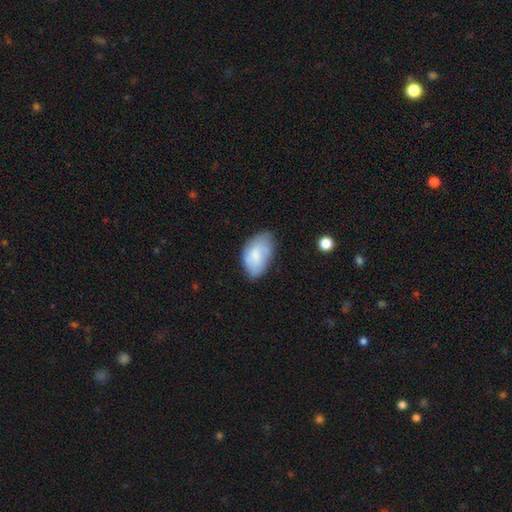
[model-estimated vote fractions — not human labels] Morphology: type=smooth (77%); roundness=in between (94%); merging=none (56%).